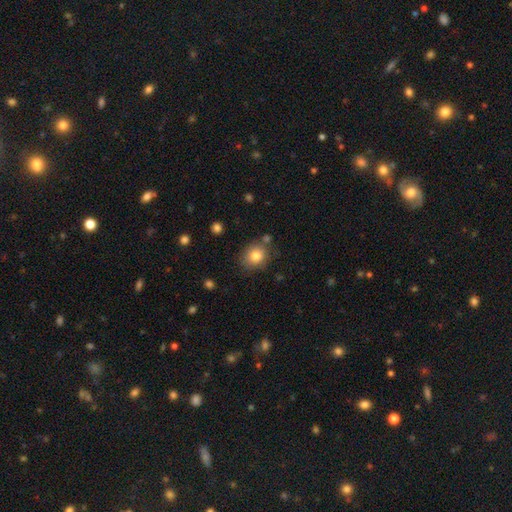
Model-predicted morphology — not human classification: This appears to be a smooth galaxy with no disk features (81%) that is round (68%). Merging: none (76%).